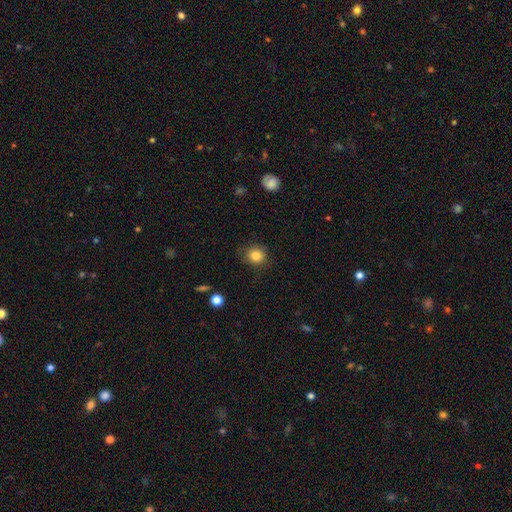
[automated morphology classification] A smooth galaxy with no disk features (85%) that is round (79%). Merging: none (81%).